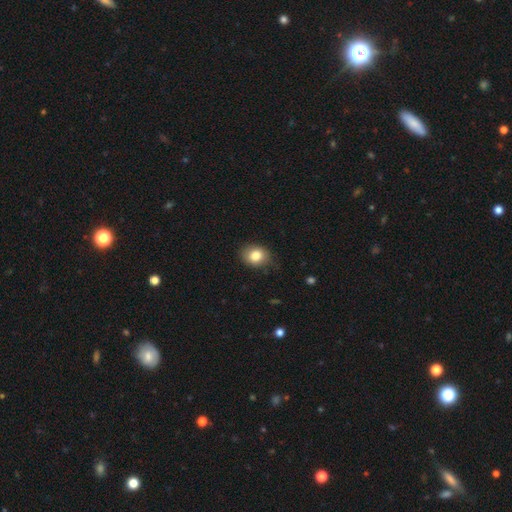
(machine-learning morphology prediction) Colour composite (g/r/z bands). It shows a smooth galaxy with no disk features (83%) that is round (52%). Merging: none (78%).